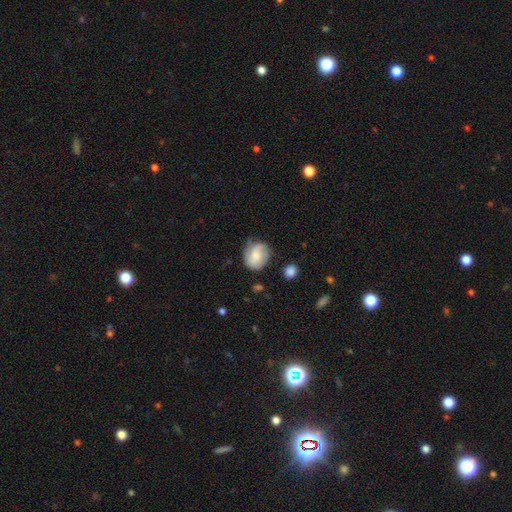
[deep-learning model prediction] Q: Smooth or featured?
A: smooth (49%); runner-up: featured or disk (44%)
Q: Merging?
A: none (60%); runner-up: minor disturbance (28%)